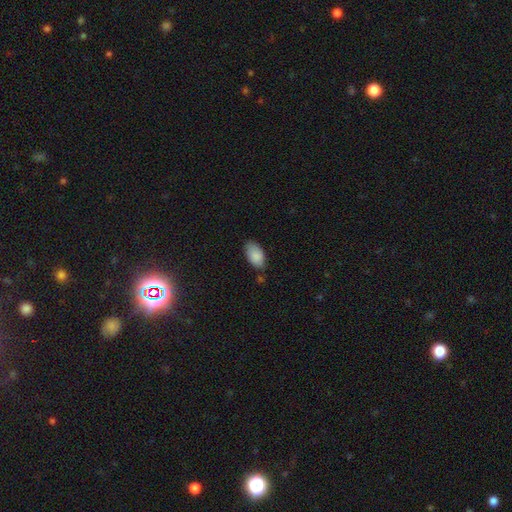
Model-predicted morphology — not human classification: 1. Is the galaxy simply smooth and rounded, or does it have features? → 88% smooth, 7% star or artifact, 5% featured or disk.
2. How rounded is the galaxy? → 94% in between, 3% round, 2% cigar-shaped.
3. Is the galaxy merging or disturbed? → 71% none, 22% minor disturbance, 4% major disturbance, 3% merger.